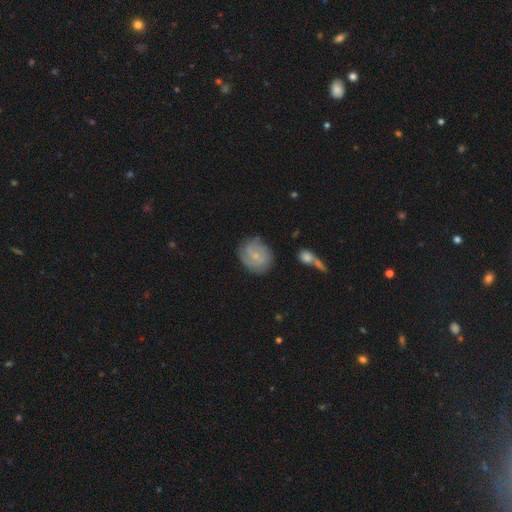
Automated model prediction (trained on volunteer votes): smooth-or-featured: featured or disk: 52% | smooth: 40% | star or artifact: 7%
  disk-edge-on: no: 97% | yes: 3%
    bar: no: 72% | weak: 25% | strong: 3%
    has-spiral-arms: yes: 83% | no: 17%
    bulge-size: small: 76% | moderate: 15% | none: 7% | large: 1% | dominant: 1%
  merging: none: 72% | minor disturbance: 19% | major disturbance: 6% | merger: 3%